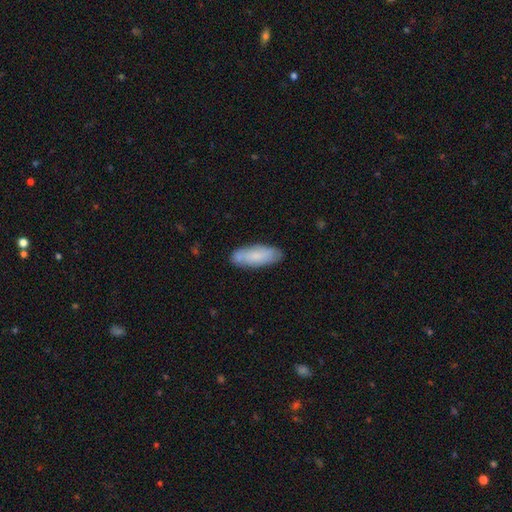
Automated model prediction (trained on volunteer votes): smooth_or_featured: smooth (p=0.72) [alt: featured or disk p=0.22]
how_rounded: in between (p=0.68) [alt: cigar-shaped p=0.30]
merging: none (p=0.80) [alt: minor disturbance p=0.15]